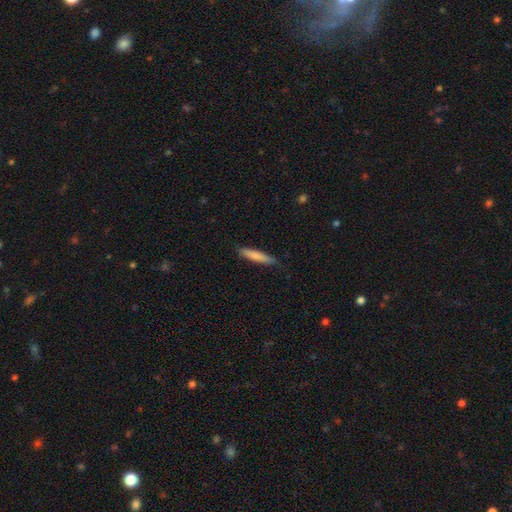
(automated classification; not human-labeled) Smooth or featured? smooth (80%)
How rounded? cigar-shaped (89%)
Merging? none (86%)